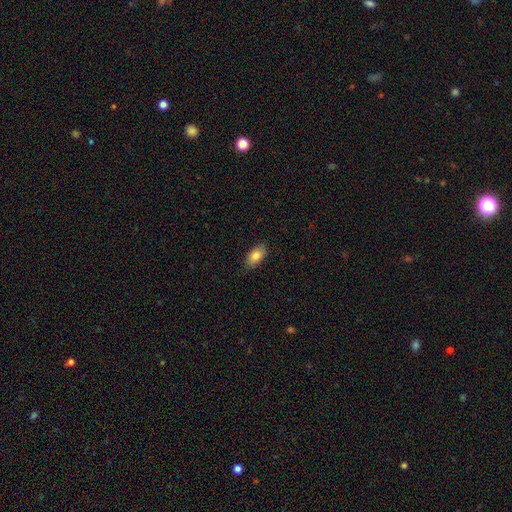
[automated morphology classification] Overall: smooth (83%). How rounded: in between (92%). Merging: none (86%).